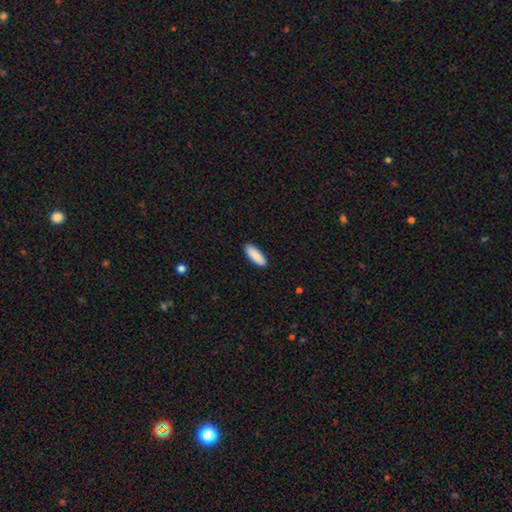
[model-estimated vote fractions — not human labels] smooth-or-featured: smooth: 90% | star or artifact: 6% | featured or disk: 5%
  how-rounded: in between: 60% | cigar-shaped: 38% | round: 2%
  merging: none: 90% | minor disturbance: 7% | major disturbance: 2% | merger: 1%